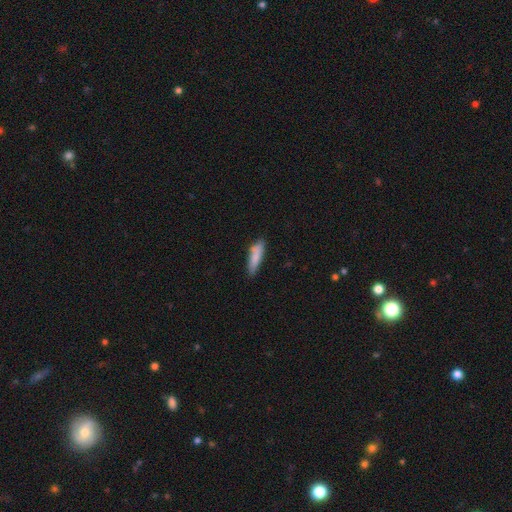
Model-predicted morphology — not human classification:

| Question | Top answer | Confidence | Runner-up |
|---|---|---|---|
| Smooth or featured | smooth | 83% | featured or disk (10%) |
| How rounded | cigar-shaped | 66% | in between (32%) |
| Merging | none | 70% | minor disturbance (22%) |